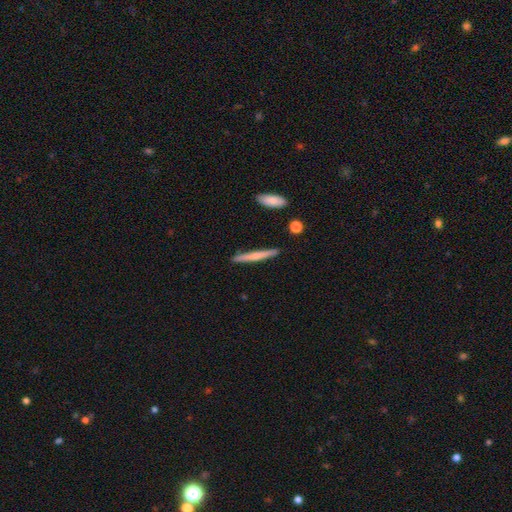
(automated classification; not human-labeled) Q: Smooth or featured?
A: smooth (55%); runner-up: featured or disk (40%)
Q: How rounded?
A: cigar-shaped (95%); runner-up: in between (3%)
Q: Merging?
A: none (90%); runner-up: minor disturbance (7%)